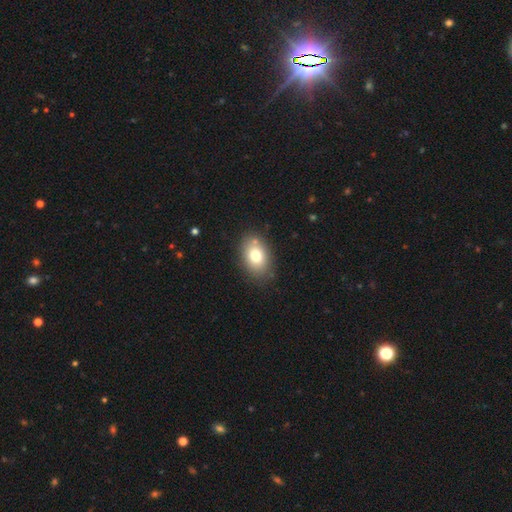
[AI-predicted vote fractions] The model was most divided on "smooth or featured": smooth: 76%, featured or disk: 14%, star or artifact: 9%. More confident: how rounded — in between (81%); merging — none (78%).